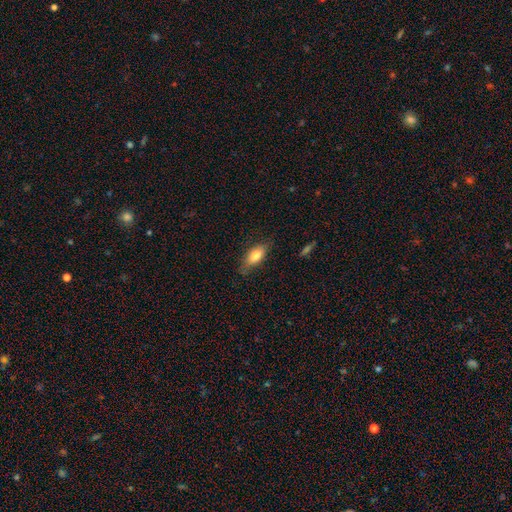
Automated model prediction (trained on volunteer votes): smooth-or-featured: smooth: 77% | featured or disk: 16% | star or artifact: 7%
  how-rounded: in between: 80% | cigar-shaped: 17% | round: 3%
  merging: none: 72% | minor disturbance: 22% | major disturbance: 5% | merger: 2%